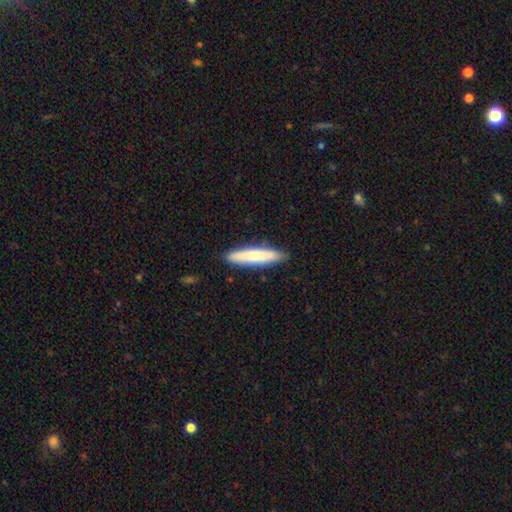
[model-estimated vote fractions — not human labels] A smooth galaxy with no disk features (74%) that is cigar-shaped (86%).

Vote fractions:
- Smooth or featured? smooth: 74% / featured or disk: 21% / star or artifact: 5%
- How rounded? cigar-shaped: 86% / in between: 13% / round: 1%
- Merging? none: 88% / minor disturbance: 9% / major disturbance: 2% / merger: 1%